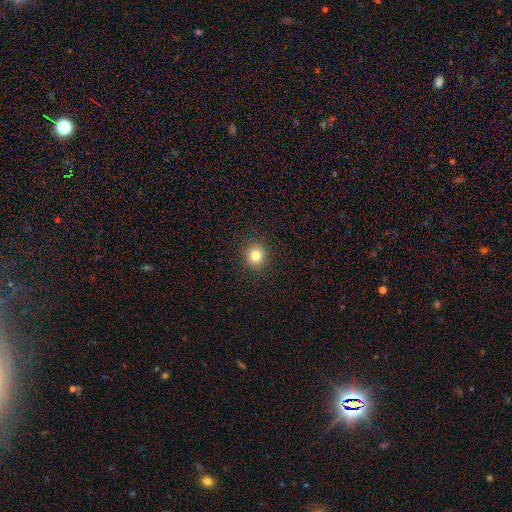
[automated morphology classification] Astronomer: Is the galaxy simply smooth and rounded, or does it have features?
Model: smooth — 81%.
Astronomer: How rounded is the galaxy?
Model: round — 87%.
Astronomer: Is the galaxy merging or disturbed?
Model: none — 91%.